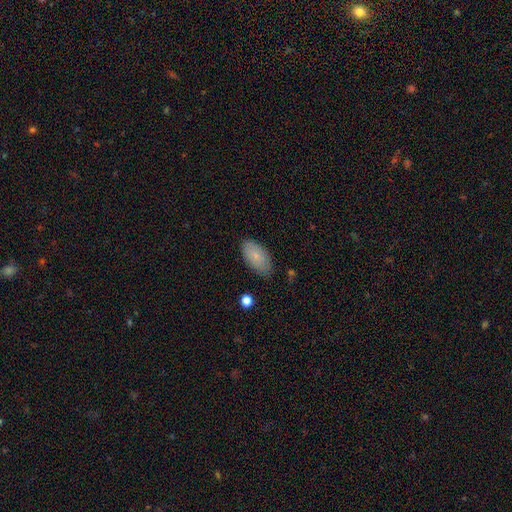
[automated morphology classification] Smooth or featured: smooth — 78% (featured or disk — 15%)
How rounded: in between — 94% (round — 3%)
Merging: none — 77% (minor disturbance — 18%)